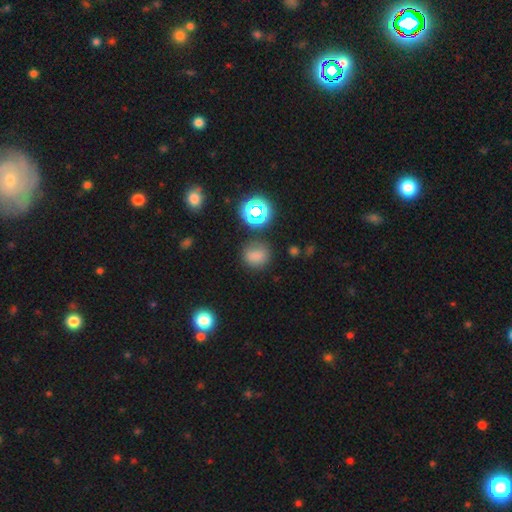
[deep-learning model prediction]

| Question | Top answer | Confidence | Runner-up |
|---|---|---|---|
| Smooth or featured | smooth | 73% | star or artifact (20%) |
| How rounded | round | 67% | in between (32%) |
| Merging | none | 75% | minor disturbance (15%) |